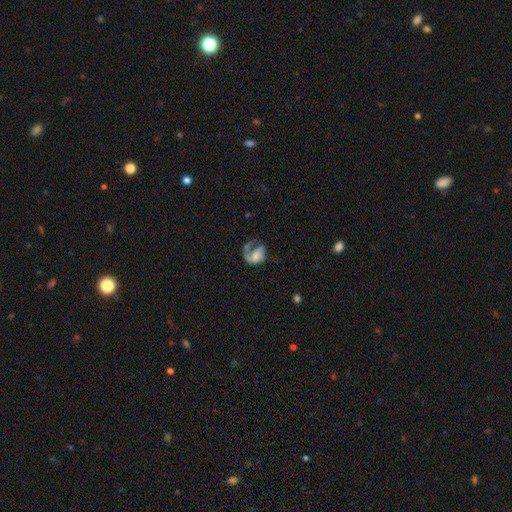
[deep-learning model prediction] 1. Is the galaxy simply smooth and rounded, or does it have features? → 63% featured or disk, 29% smooth, 9% star or artifact.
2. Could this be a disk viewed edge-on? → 97% no, 3% yes.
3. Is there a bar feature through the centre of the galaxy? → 61% no, 29% weak, 10% strong.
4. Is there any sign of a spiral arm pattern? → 78% yes, 22% no.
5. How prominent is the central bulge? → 31% small, 28% none, 28% moderate, 11% large, 3% dominant.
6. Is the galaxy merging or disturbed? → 48% major disturbance, 30% none, 15% minor disturbance, 7% merger.